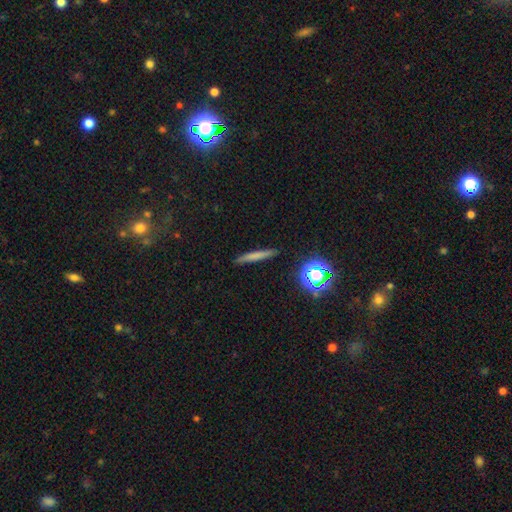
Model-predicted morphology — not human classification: smooth 65%, featured or disk 22%, star or artifact 13%. Down the decision tree: how rounded — cigar-shaped (93%); merging — none (88%).